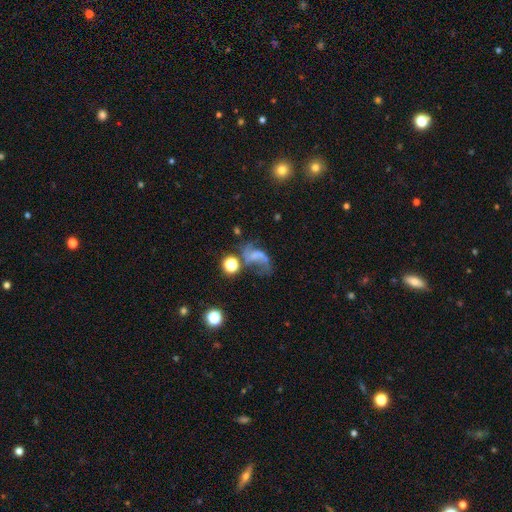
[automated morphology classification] Smooth or featured? featured or disk (54%)
Edge-on disk? no (96%)
Bar? no (59%)
Spiral arms? yes (67%)
Bulge size? none (58%)
Merging? major disturbance (36%)